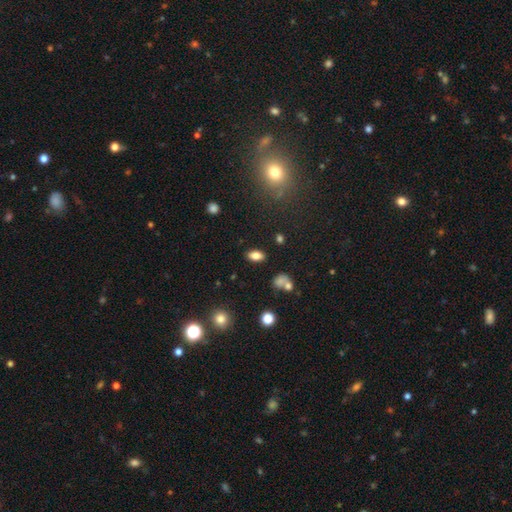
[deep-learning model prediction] smooth_or_featured: smooth (p=0.79) [alt: star or artifact p=0.11]
how_rounded: in between (p=0.90) [alt: round p=0.06]
merging: none (p=0.84) [alt: minor disturbance p=0.10]